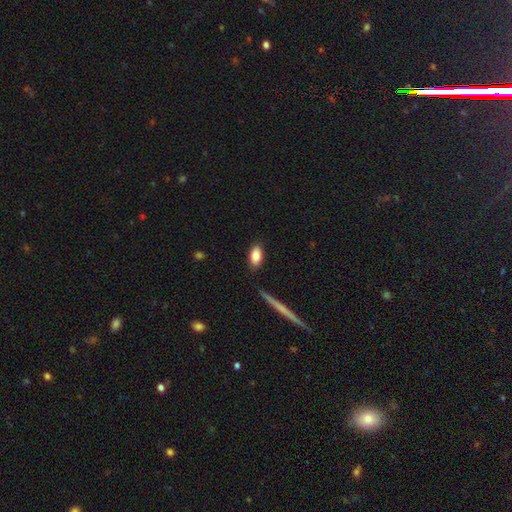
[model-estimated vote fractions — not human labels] Morphology: type=smooth (83%); roundness=in between (88%); merging=none (85%).